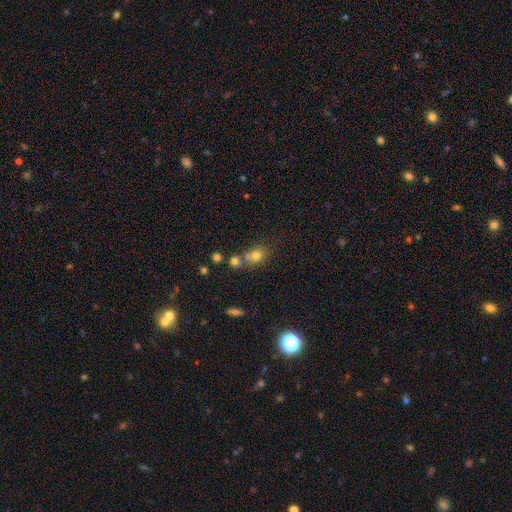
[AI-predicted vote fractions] smooth_or_featured: smooth (p=0.71) [alt: star or artifact p=0.17]
how_rounded: round (p=0.61) [alt: in between p=0.37]
merging: none (p=0.47) [alt: merger p=0.40]